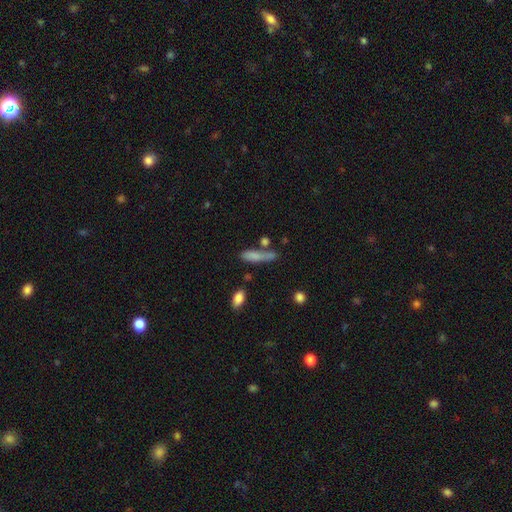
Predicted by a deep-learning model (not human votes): Smooth or featured? Predicted: smooth (p=0.74). How rounded? Predicted: cigar-shaped (p=0.68). Merging? Predicted: none (p=0.48).